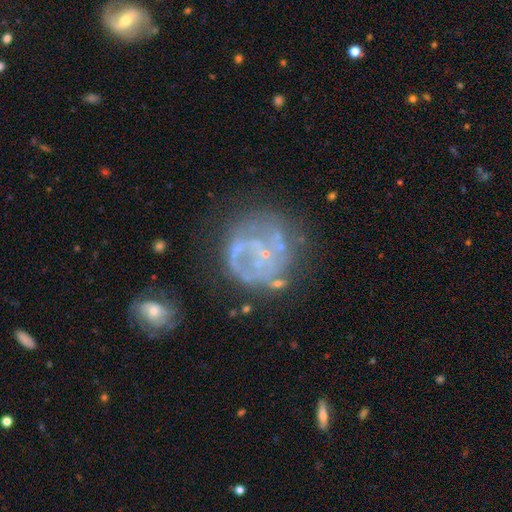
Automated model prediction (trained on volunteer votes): Smooth or featured? Predicted: featured or disk (p=0.73). Edge-on disk? Predicted: no (p=0.98). Bar? Predicted: no (p=0.71). Spiral arms? Predicted: yes (p=0.64). Bulge size? Predicted: small (p=0.74). Merging? Predicted: none (p=0.56).